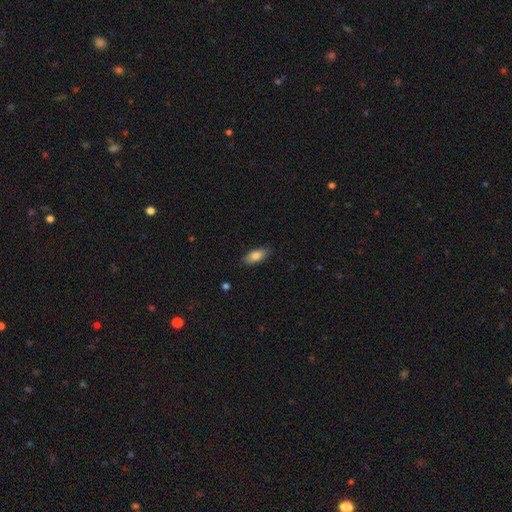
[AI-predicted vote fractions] Overall: smooth (83%). How rounded: in between (87%). Merging: none (86%).